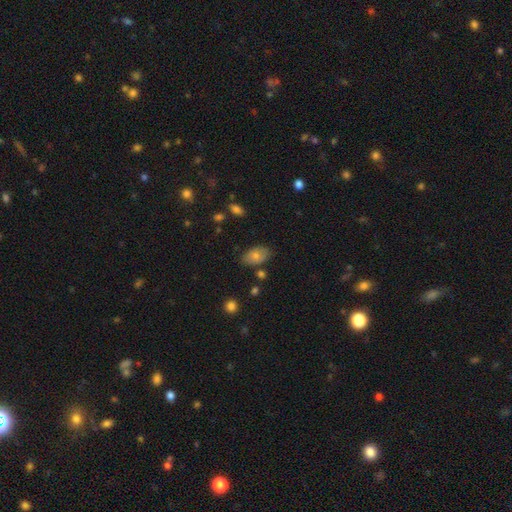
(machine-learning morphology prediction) A smooth galaxy with no disk features (68%) that is in between round and cigar-shaped (90%).

Vote fractions:
- Smooth or featured? smooth: 68% / featured or disk: 22% / star or artifact: 10%
- How rounded? in between: 90% / round: 8% / cigar-shaped: 2%
- Merging? none: 75% / minor disturbance: 18% / major disturbance: 4% / merger: 3%